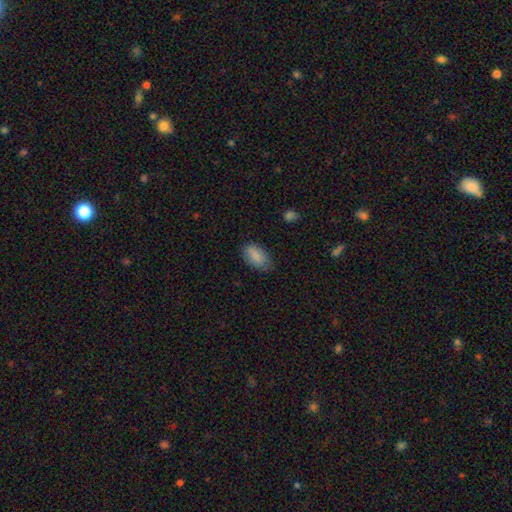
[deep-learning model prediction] Smooth or featured? Predicted: smooth (p=0.87). How rounded? Predicted: in between (p=0.93). Merging? Predicted: none (p=0.74).